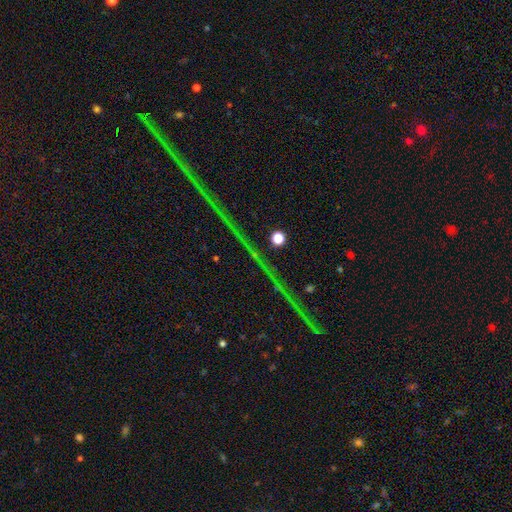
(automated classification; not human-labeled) A star or artifact, not a galaxy (86%).